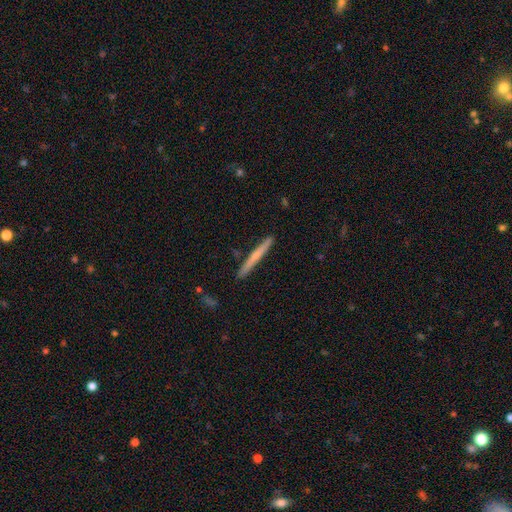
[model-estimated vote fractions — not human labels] Smooth or featured?
  - smooth: 52% *
  - featured or disk: 42%
  - star or artifact: 5%
How rounded?
  - cigar-shaped: 97% *
  - in between: 2%
  - round: 1%
Merging?
  - none: 91% *
  - minor disturbance: 7%
  - merger: 1%
  - major disturbance: 1%